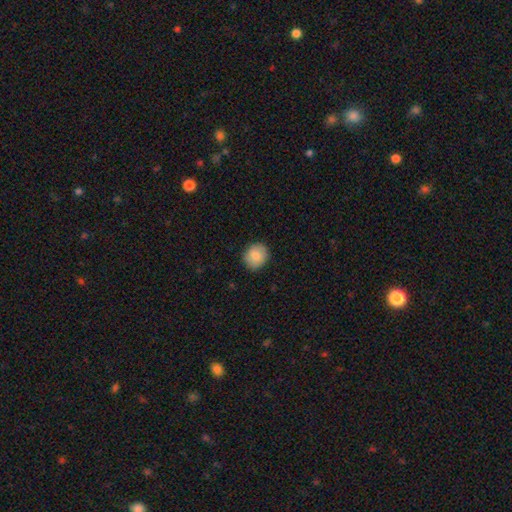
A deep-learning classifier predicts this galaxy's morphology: Smooth or featured: smooth — 83% (featured or disk — 9%)
How rounded: round — 73% (in between — 26%)
Merging: none — 89% (minor disturbance — 8%)